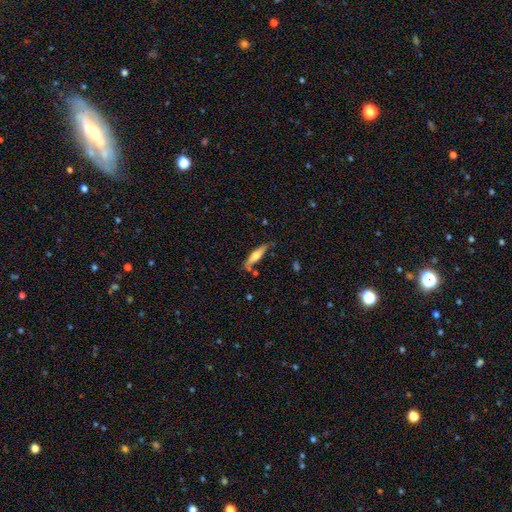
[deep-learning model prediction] Smooth or featured? Predicted: smooth (p=0.55). How rounded? Predicted: cigar-shaped (p=0.76). Merging? Predicted: none (p=0.74).